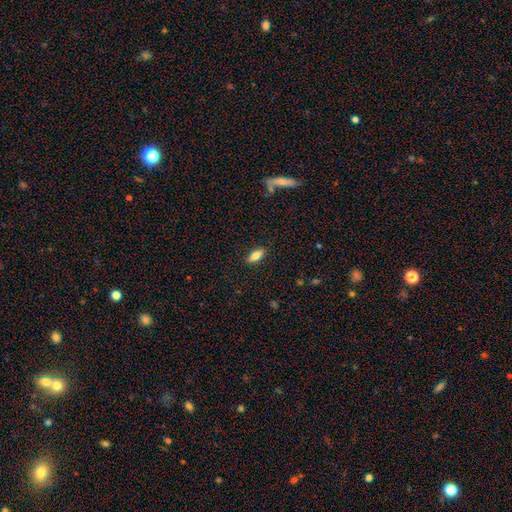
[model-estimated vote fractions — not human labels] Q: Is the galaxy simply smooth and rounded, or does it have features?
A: smooth — 78%.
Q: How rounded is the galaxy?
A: in between — 79%.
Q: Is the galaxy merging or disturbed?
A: none — 88%.